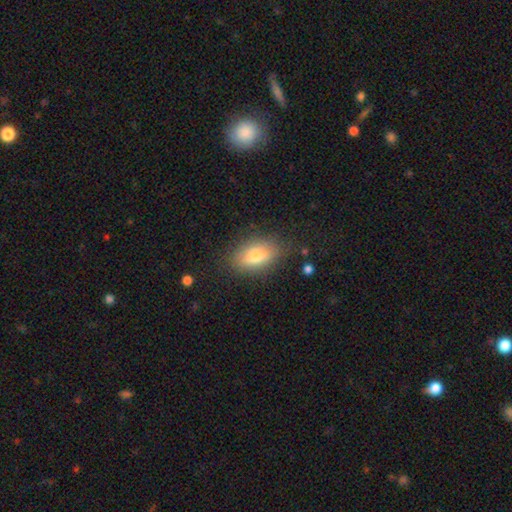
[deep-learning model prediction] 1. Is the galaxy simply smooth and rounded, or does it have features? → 74% smooth, 18% featured or disk, 8% star or artifact.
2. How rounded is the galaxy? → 86% in between, 7% round, 7% cigar-shaped.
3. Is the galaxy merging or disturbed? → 81% none, 14% minor disturbance, 4% major disturbance, 1% merger.